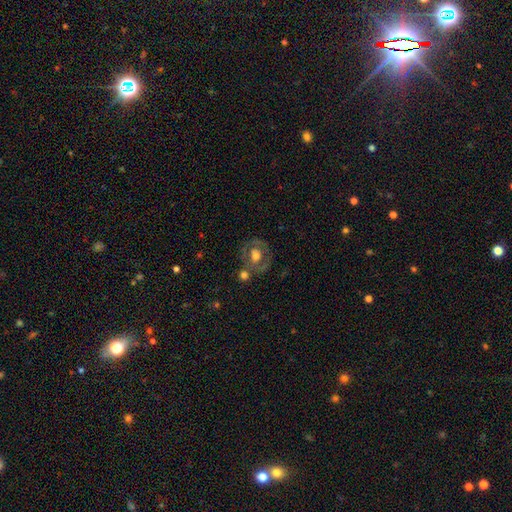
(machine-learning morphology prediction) Smooth or featured? Predicted: featured or disk (p=0.56). Edge-on disk? Predicted: no (p=0.95). Bar? Predicted: no (p=0.74). Spiral arms? Predicted: no (p=0.74). Bulge size? Predicted: moderate (p=0.59). Merging? Predicted: none (p=0.61).